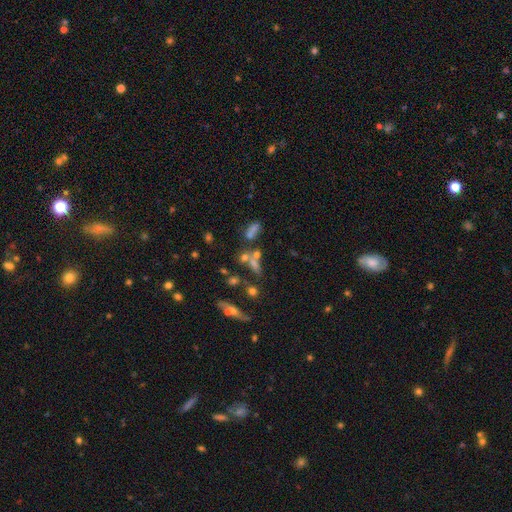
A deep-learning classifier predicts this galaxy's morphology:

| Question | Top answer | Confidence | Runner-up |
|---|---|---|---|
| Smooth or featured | smooth | 40% | star or artifact (34%) |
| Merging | none | 44% | merger (35%) |